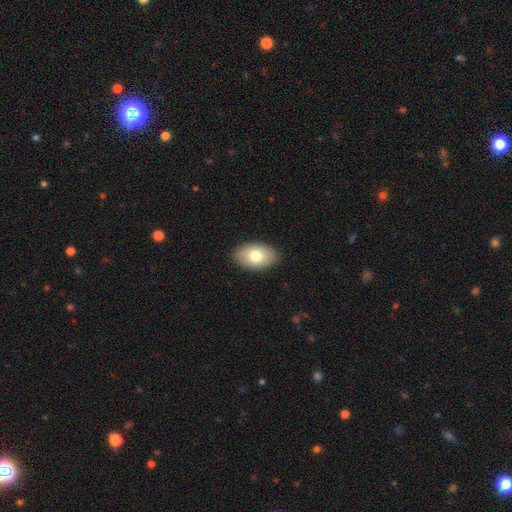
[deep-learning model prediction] The model was most divided on "smooth or featured": smooth: 76%, featured or disk: 17%, star or artifact: 7%. More confident: how rounded — in between (91%); merging — none (89%).